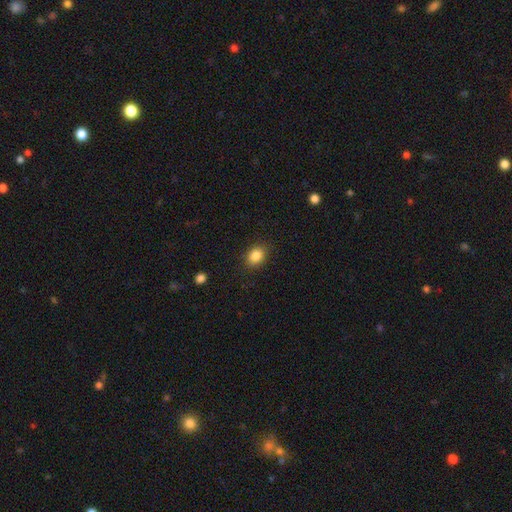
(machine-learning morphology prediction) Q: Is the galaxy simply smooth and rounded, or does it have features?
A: smooth — 86%.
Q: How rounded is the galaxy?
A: in between — 64%.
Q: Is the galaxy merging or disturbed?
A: none — 87%.